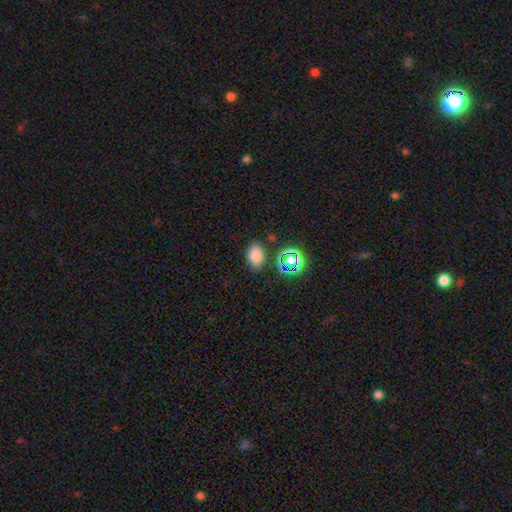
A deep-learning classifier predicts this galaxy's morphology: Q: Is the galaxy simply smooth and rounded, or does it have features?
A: smooth — 76%.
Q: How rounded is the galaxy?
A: in between — 78%.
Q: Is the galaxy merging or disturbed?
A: none — 79%.